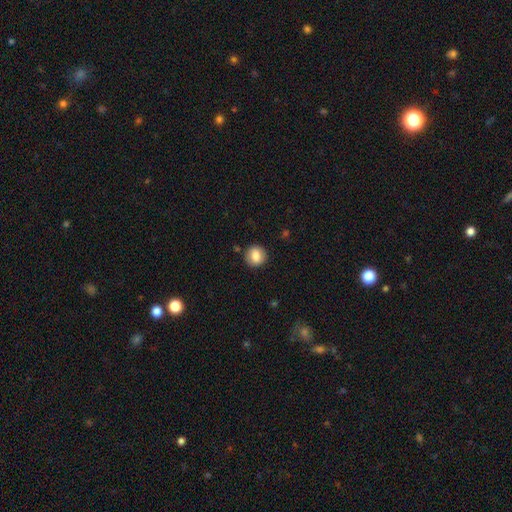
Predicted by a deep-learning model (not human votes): smooth 79%, featured or disk 12%, star or artifact 8%. Down the decision tree: how rounded — round (82%); merging — none (86%).